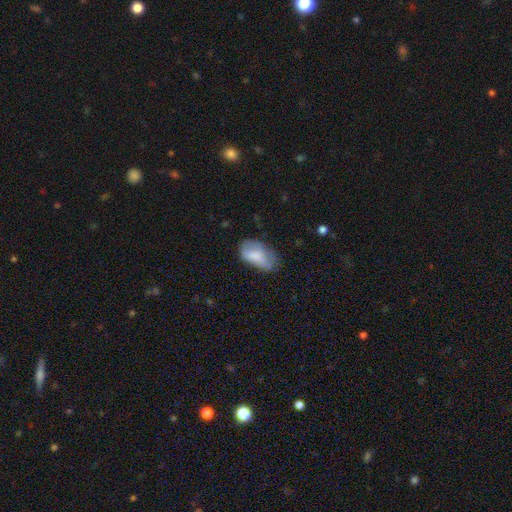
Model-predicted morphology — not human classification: Overall: smooth (70%). How rounded: in between (93%). Merging: none (44%; minor disturbance 34%).